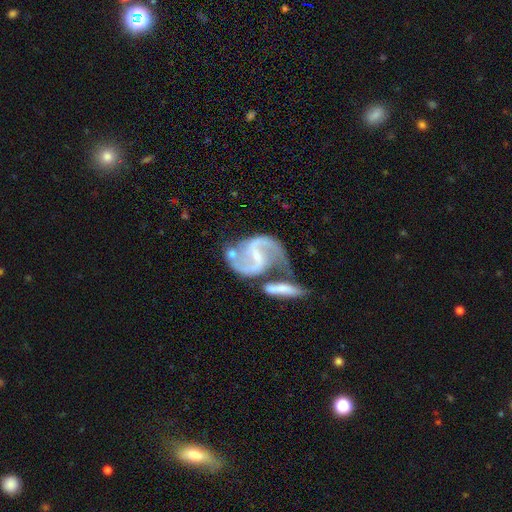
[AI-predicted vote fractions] Overall: featured or disk (91%). Edge-on disk: no (97%). Bar: strong (41%, tied with weak). Spiral arms: yes (97%). Spiral arm count: 2 (93%). Spiral winding: loose (46%; medium 43%). Bulge size: small (74%). Merging: merger (38%, tied with none).